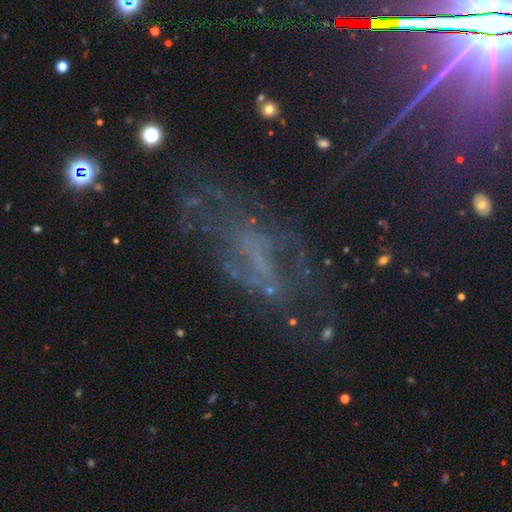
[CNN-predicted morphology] The model was most divided on "smooth or featured": featured or disk: 44%, star or artifact: 39%, smooth: 16%. More confident: merging — none (54%).